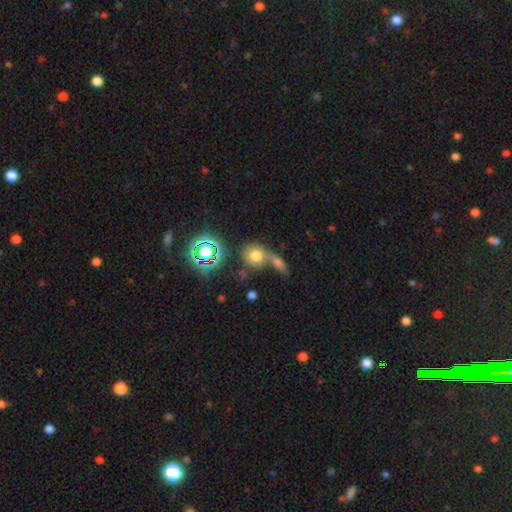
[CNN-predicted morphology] This appears to be a smooth galaxy with no disk features (69%) that is round (77%). Merging: merger (47%).